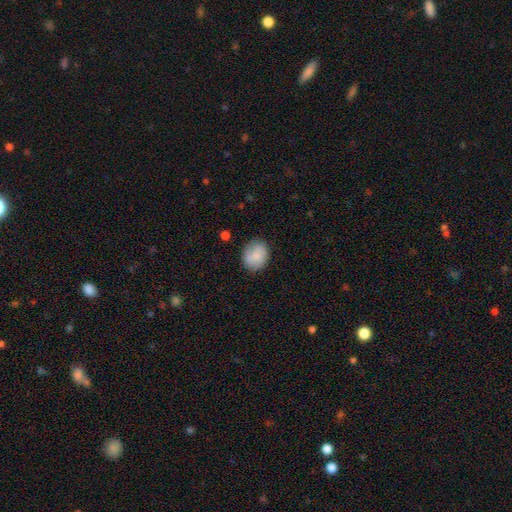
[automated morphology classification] Overall: smooth (77%). How rounded: round (59%; in between 40%). Merging: none (77%).